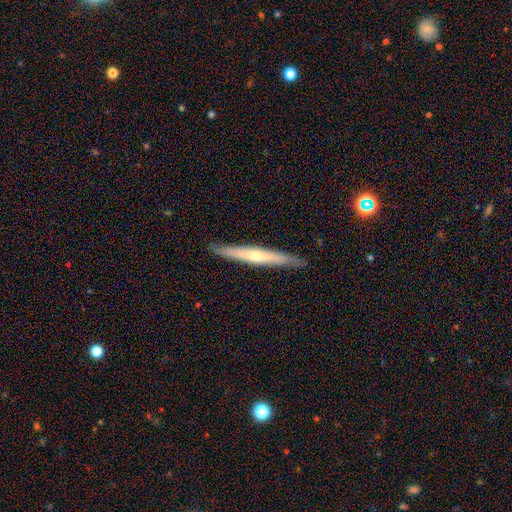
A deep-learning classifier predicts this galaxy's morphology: type=featured or disk (56%); edge-on=yes (94%); edge-on bulge=rounded (51%); merging=none (88%).